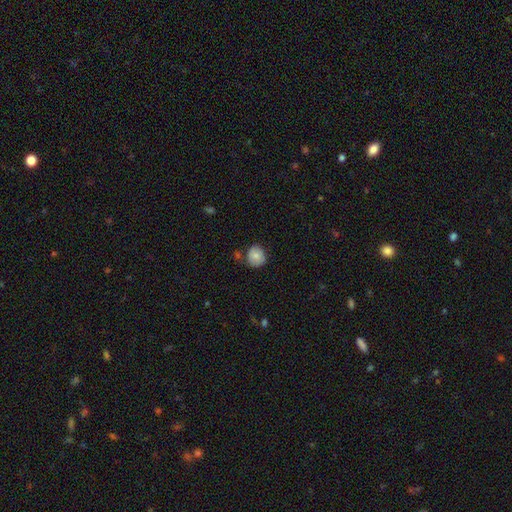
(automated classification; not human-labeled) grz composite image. It shows a smooth galaxy with no disk features (78%) that is round (79%). Merging: none (71%).